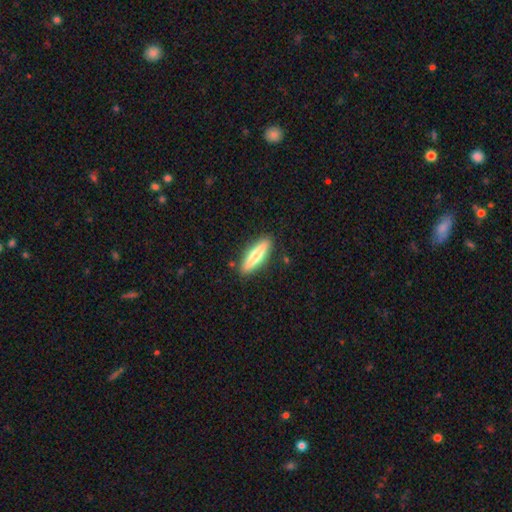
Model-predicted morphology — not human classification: A smooth galaxy with no disk features (58%) that is cigar-shaped (73%). Merging: none (88%).